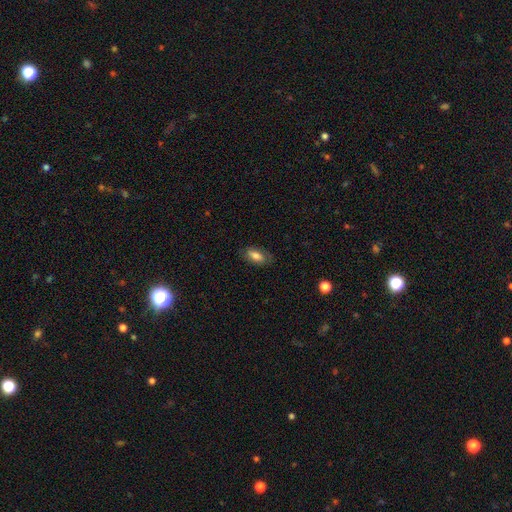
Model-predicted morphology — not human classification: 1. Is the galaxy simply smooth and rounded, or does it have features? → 78% smooth, 15% featured or disk, 7% star or artifact.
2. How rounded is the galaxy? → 88% in between, 8% cigar-shaped, 4% round.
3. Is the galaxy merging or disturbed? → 76% none, 17% minor disturbance, 5% major disturbance, 1% merger.